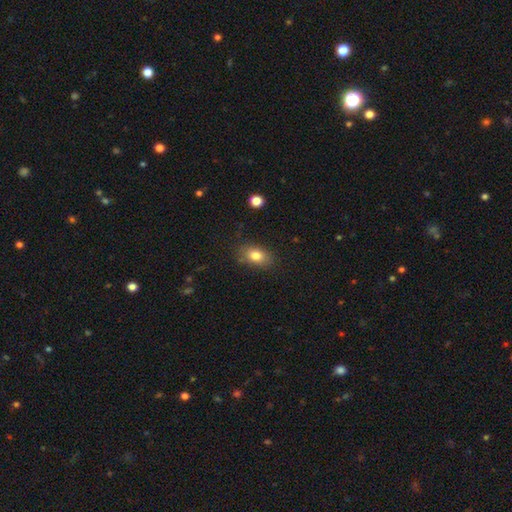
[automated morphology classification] type=smooth (82%); roundness=in between (83%); merging=none (81%).